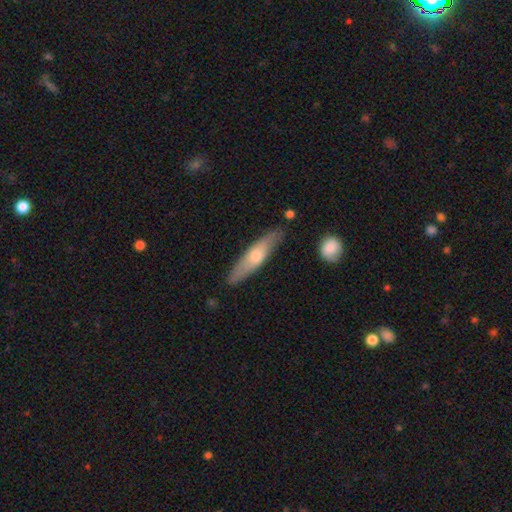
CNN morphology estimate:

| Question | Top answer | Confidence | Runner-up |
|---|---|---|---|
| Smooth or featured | smooth | 49% | featured or disk (45%) |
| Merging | none | 84% | minor disturbance (12%) |